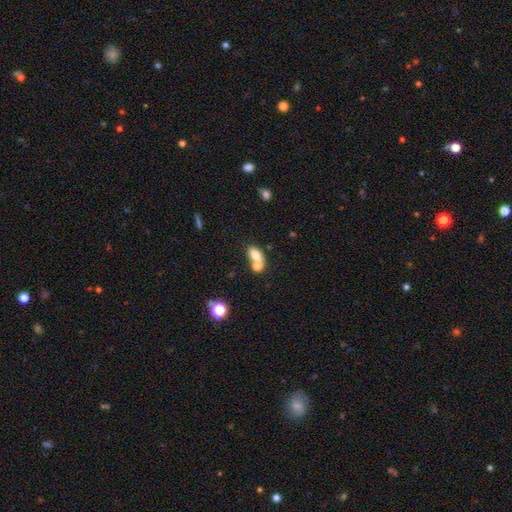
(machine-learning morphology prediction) A smooth galaxy with no disk features (74%) that is in between round and cigar-shaped (78%). Merging: merger (54%).